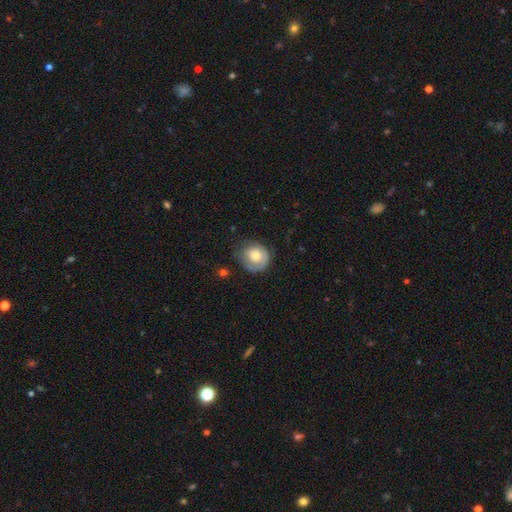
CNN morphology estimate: Q: Smooth or featured?
A: smooth (58%); runner-up: featured or disk (35%)
Q: How rounded?
A: round (74%); runner-up: in between (25%)
Q: Merging?
A: none (56%); runner-up: minor disturbance (27%)